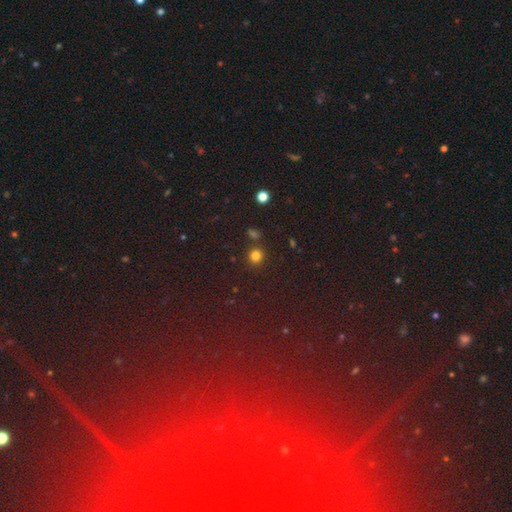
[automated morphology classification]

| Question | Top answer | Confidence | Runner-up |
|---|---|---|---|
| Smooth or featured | smooth | 80% | star or artifact (15%) |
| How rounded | round | 84% | in between (15%) |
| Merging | none | 83% | minor disturbance (8%) |